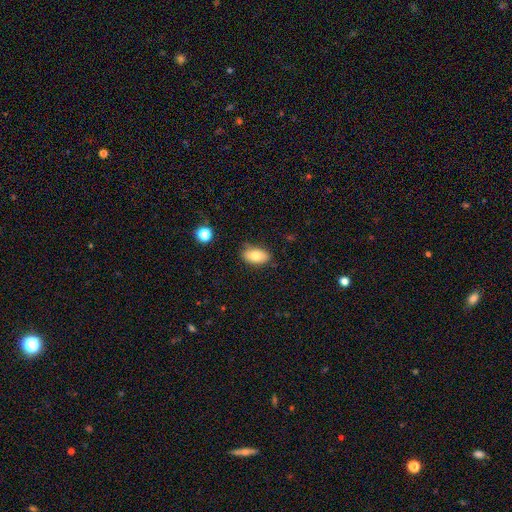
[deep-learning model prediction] Morphology: type=smooth (80%); roundness=in between (93%); merging=none (79%).